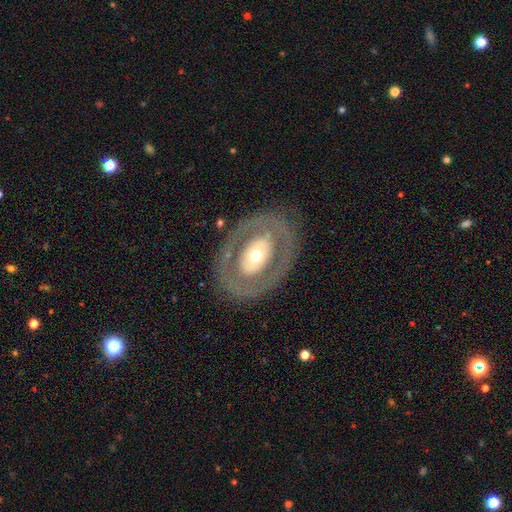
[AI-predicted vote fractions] Overall: featured or disk (70%). Edge-on disk: no (92%). Bar: no (71%). Spiral arms: no (78%). Bulge size: moderate (58%; small 28%). Merging: none (81%).